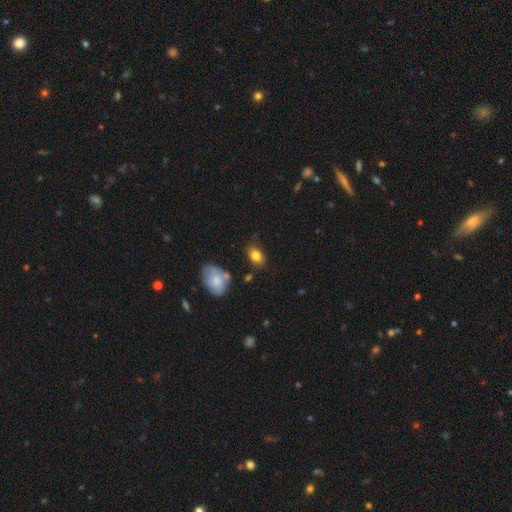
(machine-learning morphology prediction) Smooth or featured?
  - smooth: 82% *
  - featured or disk: 9%
  - star or artifact: 9%
How rounded?
  - in between: 80% *
  - round: 18%
  - cigar-shaped: 2%
Merging?
  - none: 73% *
  - minor disturbance: 19%
  - major disturbance: 4%
  - merger: 4%